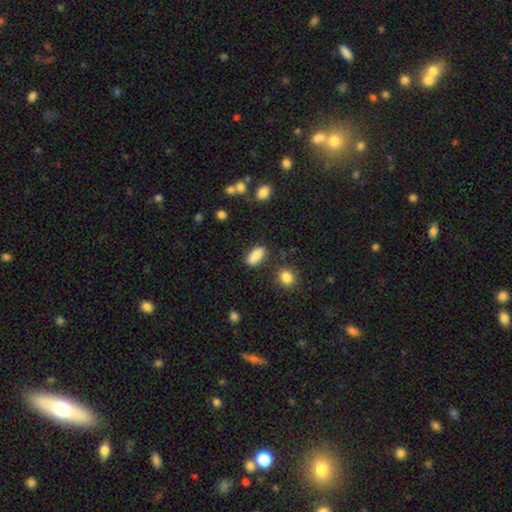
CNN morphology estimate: smooth 86%, star or artifact 8%, featured or disk 6%. Down the decision tree: how rounded — in between (87%); merging — none (82%).